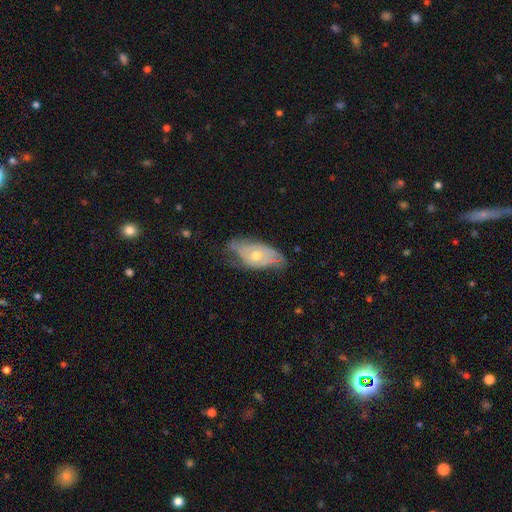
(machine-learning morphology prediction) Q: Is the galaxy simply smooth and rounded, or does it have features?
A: featured or disk — 69%.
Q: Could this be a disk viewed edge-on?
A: no — 89%.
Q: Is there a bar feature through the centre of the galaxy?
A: no — 83%.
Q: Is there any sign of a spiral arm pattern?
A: yes — 66%.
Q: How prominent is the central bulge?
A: moderate — 70%.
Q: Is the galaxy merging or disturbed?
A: none — 50%.